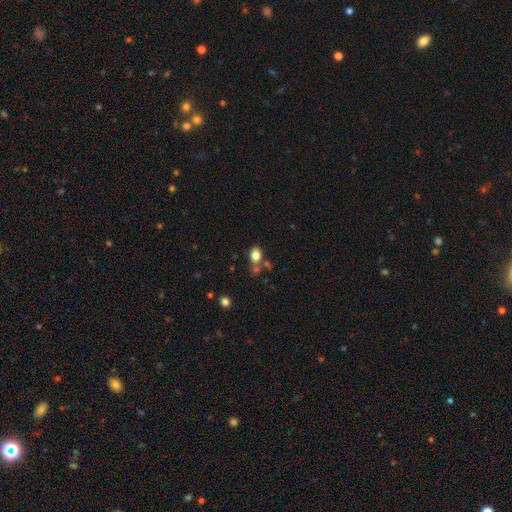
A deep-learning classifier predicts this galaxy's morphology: Smooth or featured? Predicted: smooth (p=0.82). How rounded? Predicted: in between (p=0.60). Merging? Predicted: none (p=0.58).